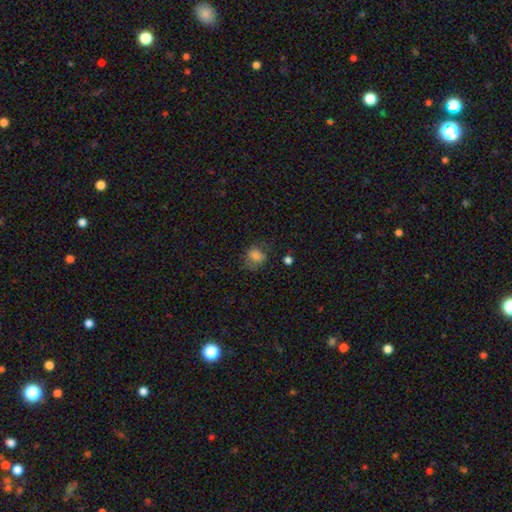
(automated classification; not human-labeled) A smooth galaxy with no disk features (75%) that is round (65%).

Vote fractions:
- Smooth or featured? smooth: 75% / featured or disk: 14% / star or artifact: 11%
- How rounded? round: 65% / in between: 34% / cigar-shaped: 1%
- Merging? none: 62% / minor disturbance: 23% / major disturbance: 13% / merger: 2%